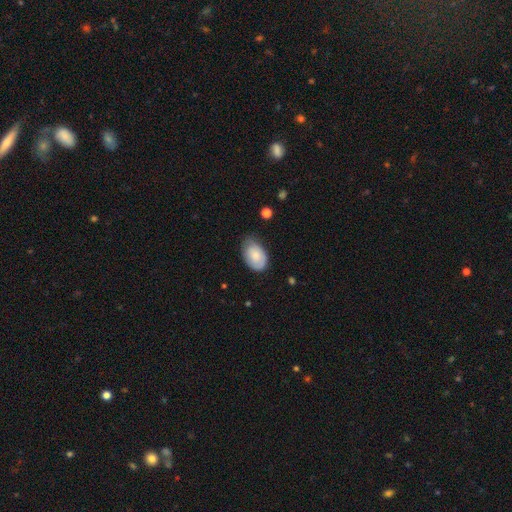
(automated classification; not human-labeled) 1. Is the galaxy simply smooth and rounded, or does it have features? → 74% smooth, 20% featured or disk, 6% star or artifact.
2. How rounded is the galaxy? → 89% in between, 10% round, 1% cigar-shaped.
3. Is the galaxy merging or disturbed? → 58% none, 34% minor disturbance, 7% major disturbance, 2% merger.